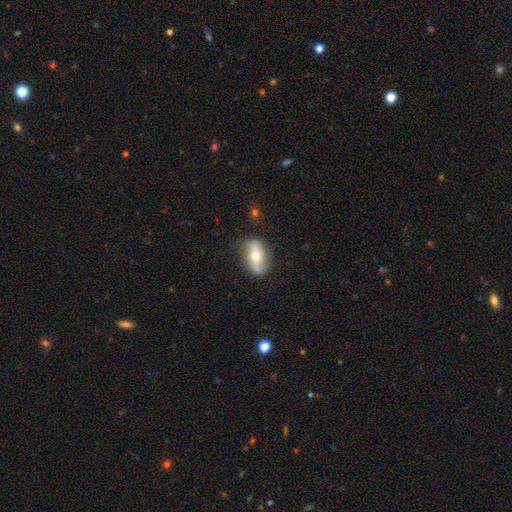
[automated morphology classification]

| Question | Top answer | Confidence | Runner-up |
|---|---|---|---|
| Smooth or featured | featured or disk | 50% | smooth (43%) |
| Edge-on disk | no | 74% | yes (26%) |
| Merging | none | 80% | minor disturbance (14%) |